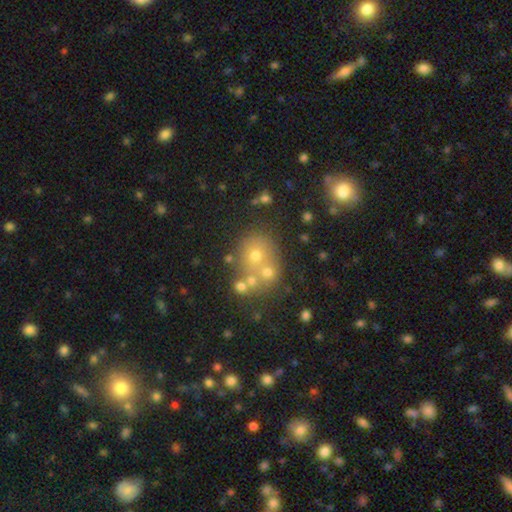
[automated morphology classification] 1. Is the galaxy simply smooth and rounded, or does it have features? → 55% smooth, 23% star or artifact, 22% featured or disk.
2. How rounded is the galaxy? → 74% round, 25% in between, 1% cigar-shaped.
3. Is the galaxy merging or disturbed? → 49% none, 36% merger, 10% minor disturbance, 5% major disturbance.